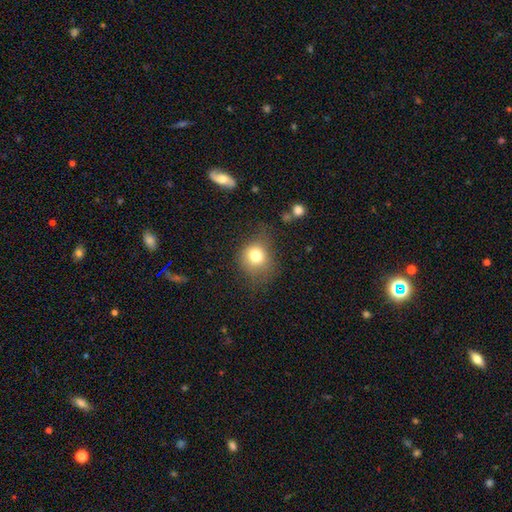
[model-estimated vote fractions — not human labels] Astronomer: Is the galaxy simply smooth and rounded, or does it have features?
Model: smooth — 77%.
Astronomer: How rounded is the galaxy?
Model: round — 76%.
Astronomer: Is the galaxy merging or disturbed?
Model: none — 59%.